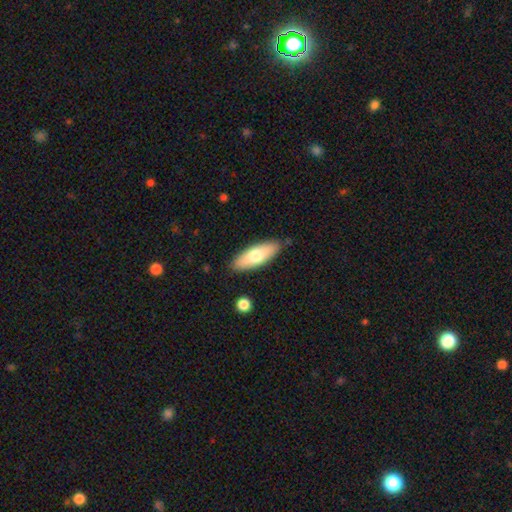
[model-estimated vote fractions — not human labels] smooth-or-featured: smooth: 71% | featured or disk: 24% | star or artifact: 5%
  how-rounded: in between: 63% | cigar-shaped: 35% | round: 2%
  merging: none: 84% | minor disturbance: 12% | merger: 2% | major disturbance: 2%